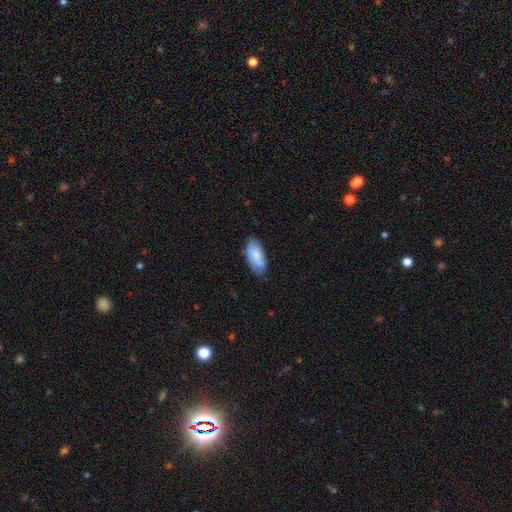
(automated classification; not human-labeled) smooth_or_featured: smooth (p=0.75) [alt: featured or disk p=0.19]
how_rounded: in between (p=0.92) [alt: cigar-shaped p=0.06]
merging: none (p=0.68) [alt: minor disturbance p=0.24]